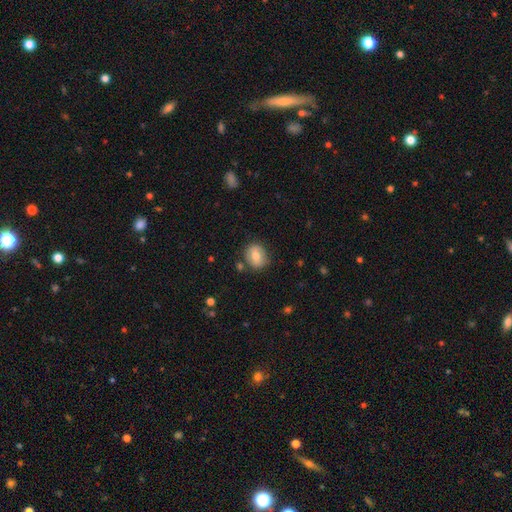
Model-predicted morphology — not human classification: smooth 74%, featured or disk 18%, star or artifact 8%. Down the decision tree: how rounded — round (57%); merging — none (78%).